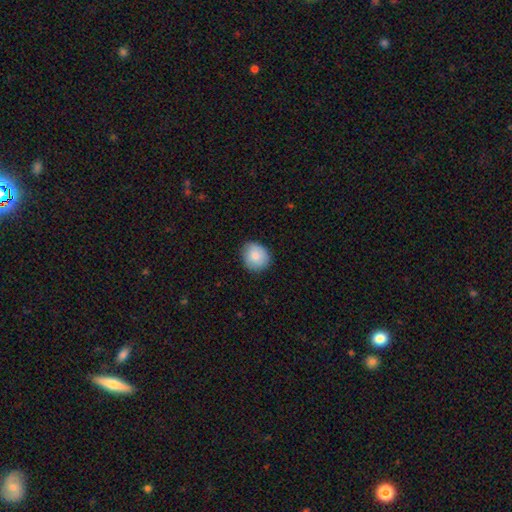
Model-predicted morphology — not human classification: The model was most divided on "how rounded": round: 79%, in between: 20%, cigar-shaped: 1%. More confident: smooth or featured — smooth (83%); merging — none (80%).